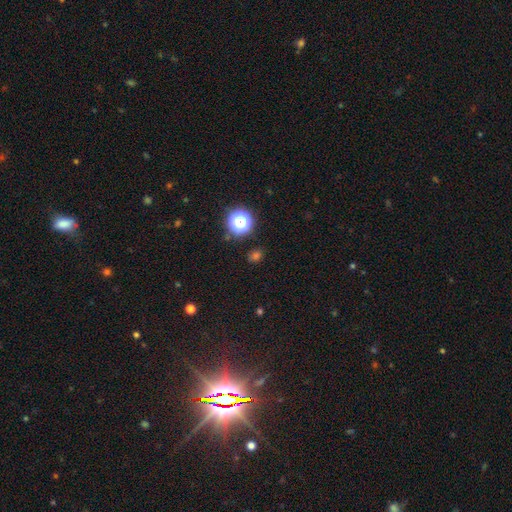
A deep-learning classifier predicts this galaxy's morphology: type=smooth (54%); roundness=round (71%); merging=none (86%).